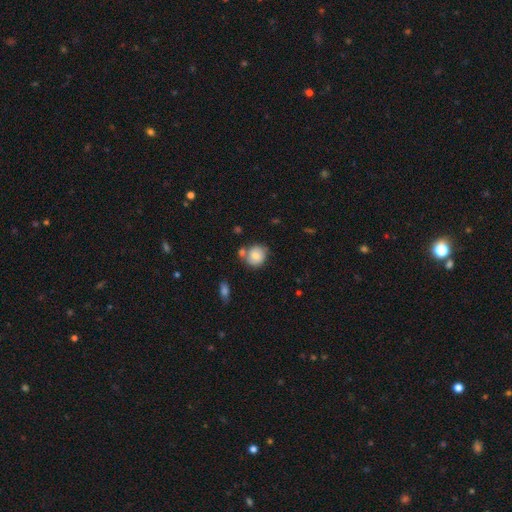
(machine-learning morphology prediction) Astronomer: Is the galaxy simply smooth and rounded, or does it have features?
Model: smooth — 71%.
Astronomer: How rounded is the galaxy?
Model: round — 83%.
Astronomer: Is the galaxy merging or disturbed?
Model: none — 61%.